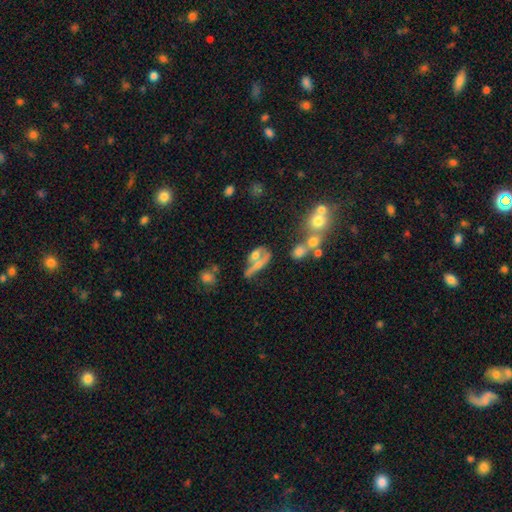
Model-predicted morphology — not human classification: A smooth galaxy with no disk features (50%).

Vote fractions:
- Smooth or featured? smooth: 50% / featured or disk: 37% / star or artifact: 13%
- Merging? merger: 46% / none: 25% / major disturbance: 16% / minor disturbance: 13%